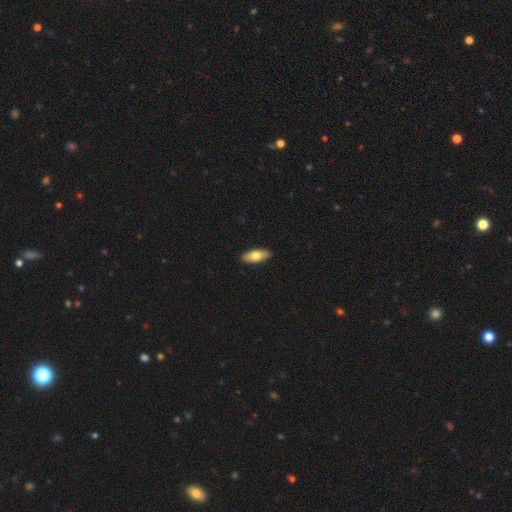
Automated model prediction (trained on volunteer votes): Smooth or featured: smooth — 72% (featured or disk — 22%)
How rounded: in between — 74% (cigar-shaped — 23%)
Merging: none — 91% (minor disturbance — 6%)